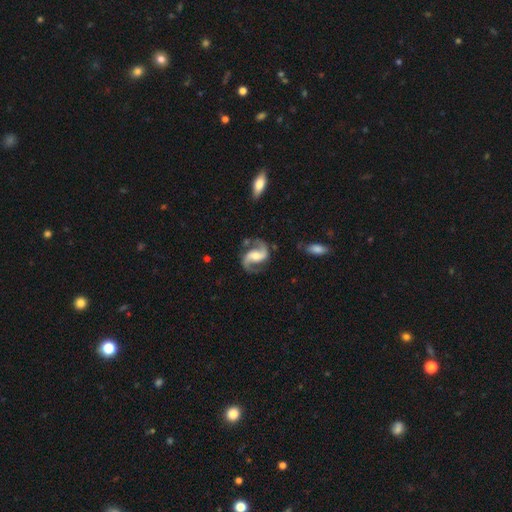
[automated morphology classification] Overall: featured or disk (91%). Edge-on disk: no (98%). Bar: weak (40%; no 34%). Spiral arms: yes (98%). Spiral arm count: 2 (94%). Spiral winding: medium (49%; loose 41%). Bulge size: moderate (56%; small 27%). Merging: none (79%).